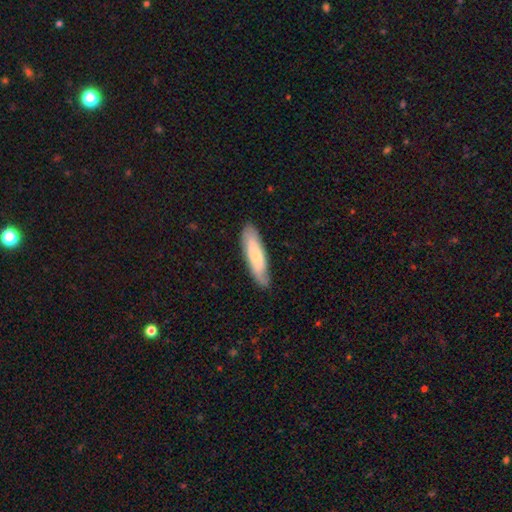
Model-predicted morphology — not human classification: This is likely a smooth galaxy (61%). How rounded: likely cigar-shaped (67%). Merging: clearly none (82%).